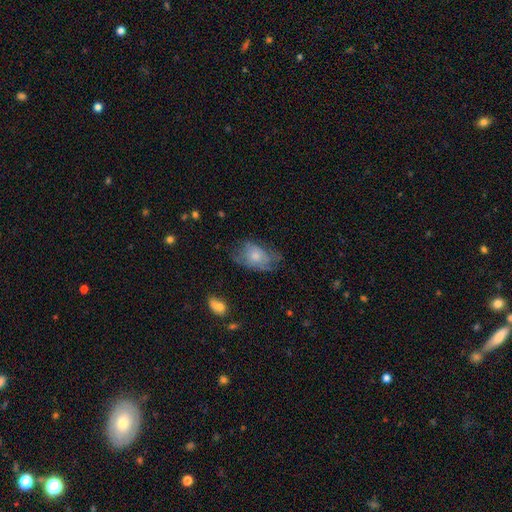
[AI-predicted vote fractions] This appears to be a smooth galaxy with no disk features (58%) that is in between round and cigar-shaped (84%). Merging: none (41%).